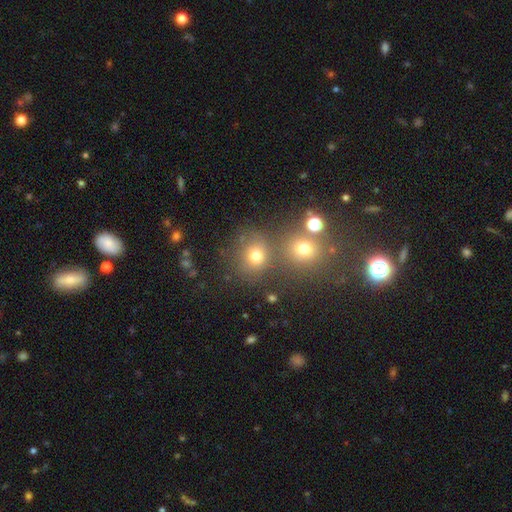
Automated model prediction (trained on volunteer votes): Smooth or featured? Predicted: smooth (p=0.72). How rounded? Predicted: round (p=0.79). Merging? Predicted: none (p=0.59).